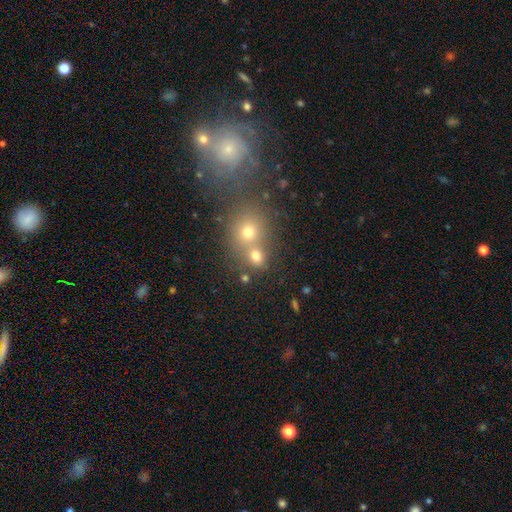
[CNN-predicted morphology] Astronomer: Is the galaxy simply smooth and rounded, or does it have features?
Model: smooth — 72%.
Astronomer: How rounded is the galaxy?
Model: round — 69%.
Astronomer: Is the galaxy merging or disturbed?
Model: merger — 44%, tied with none at 44%.